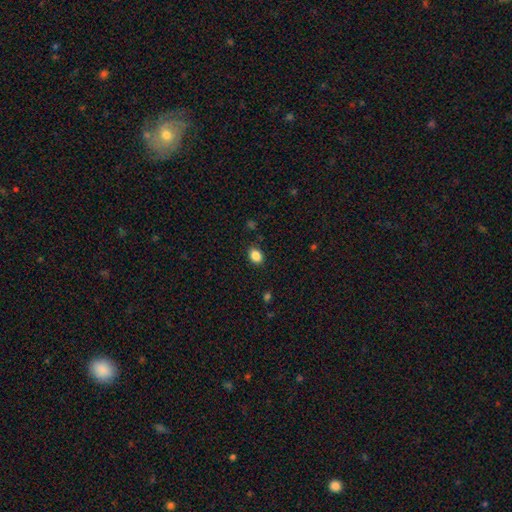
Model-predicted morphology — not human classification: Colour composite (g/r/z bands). It shows a smooth galaxy with no disk features (87%) that is in between round and cigar-shaped (72%). Merging: none (86%).